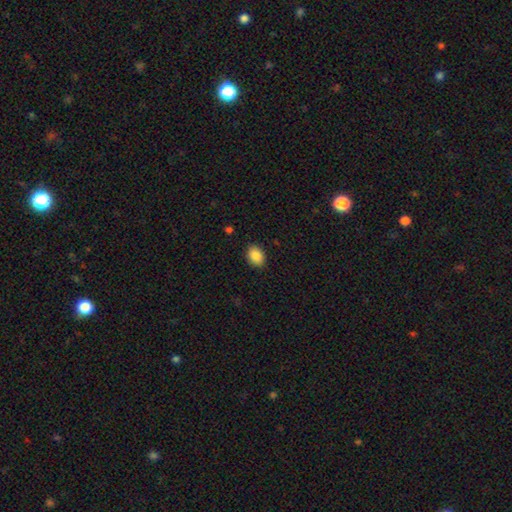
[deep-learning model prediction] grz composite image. It shows a smooth galaxy with no disk features (89%) that is in between round and cigar-shaped (76%). Merging: none (88%).